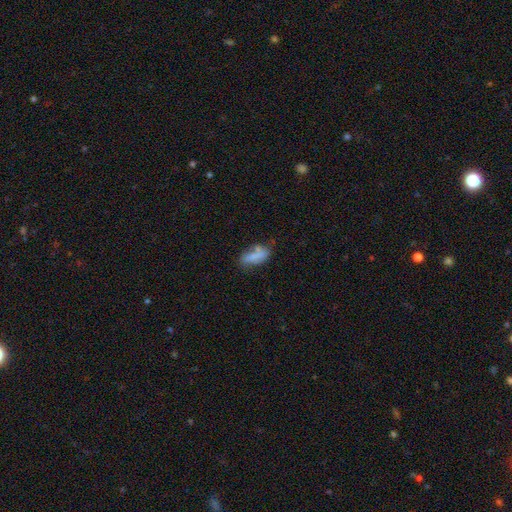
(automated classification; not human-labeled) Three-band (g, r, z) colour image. It shows a smooth galaxy with no disk features (74%) that is in between round and cigar-shaped (71%). Merging: none (54%).